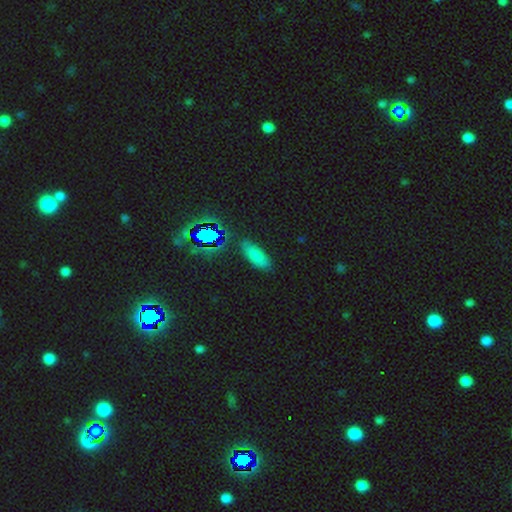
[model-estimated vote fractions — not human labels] Smooth or featured? smooth (72%)
How rounded? in between (80%)
Merging? none (82%)